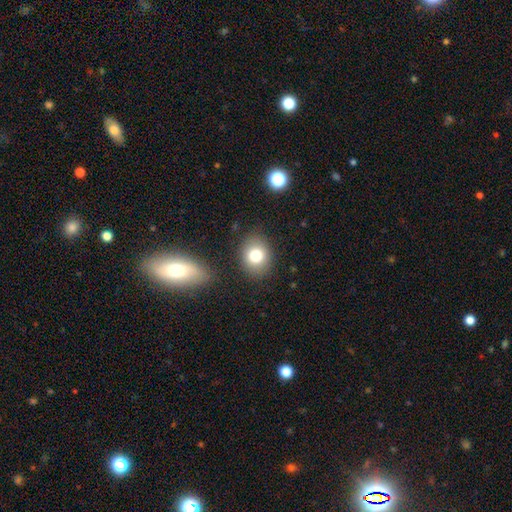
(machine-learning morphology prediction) Q: Smooth or featured?
A: smooth (78%); runner-up: star or artifact (11%)
Q: How rounded?
A: round (60%); runner-up: in between (39%)
Q: Merging?
A: none (85%); runner-up: minor disturbance (9%)